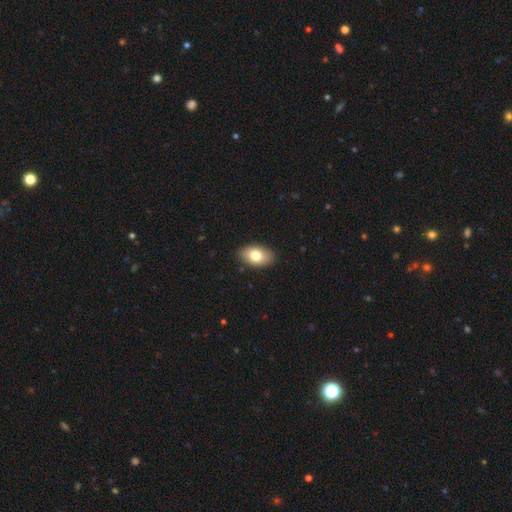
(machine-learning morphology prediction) Smooth or featured: smooth — 78% (featured or disk — 14%)
How rounded: in between — 92% (round — 7%)
Merging: none — 88% (minor disturbance — 9%)